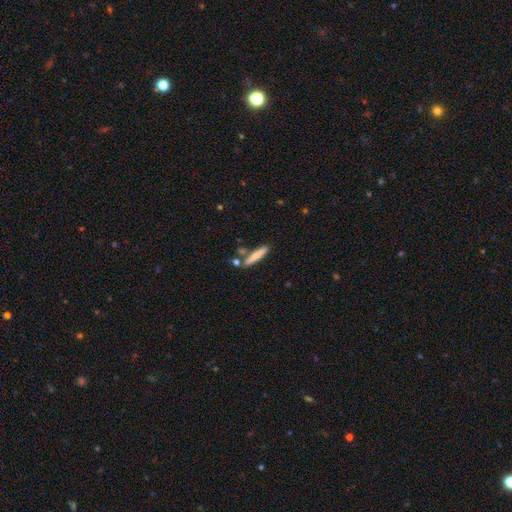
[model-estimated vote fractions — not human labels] Q: Smooth or featured?
A: smooth (74%); runner-up: featured or disk (20%)
Q: How rounded?
A: cigar-shaped (90%); runner-up: in between (8%)
Q: Merging?
A: none (75%); runner-up: minor disturbance (12%)